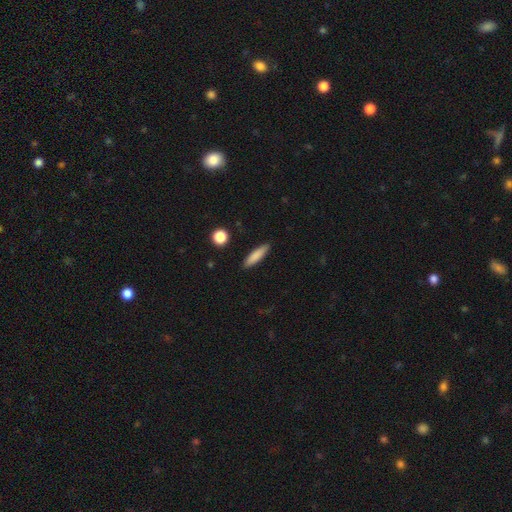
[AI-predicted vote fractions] Smooth or featured? smooth (82%)
How rounded? cigar-shaped (75%)
Merging? none (89%)